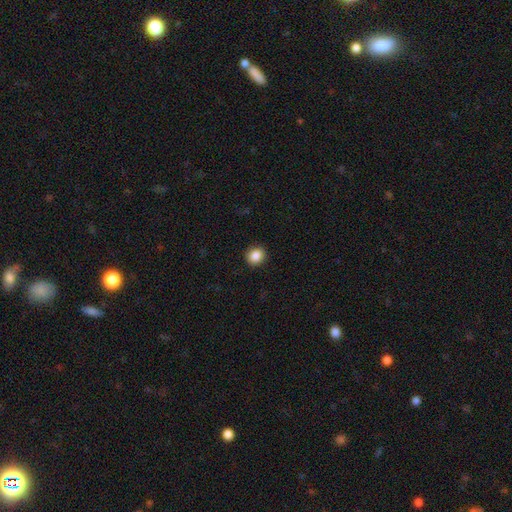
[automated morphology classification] This appears to be a smooth galaxy with no disk features (87%) that is round (82%). Merging: none (91%).